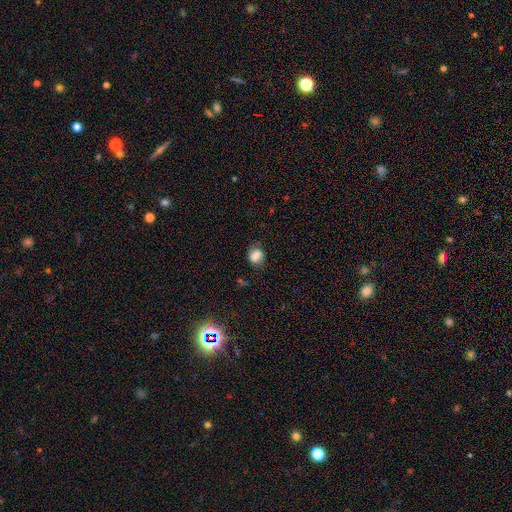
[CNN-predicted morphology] Smooth or featured? smooth (81%)
How rounded? round (59%)
Merging? none (67%)